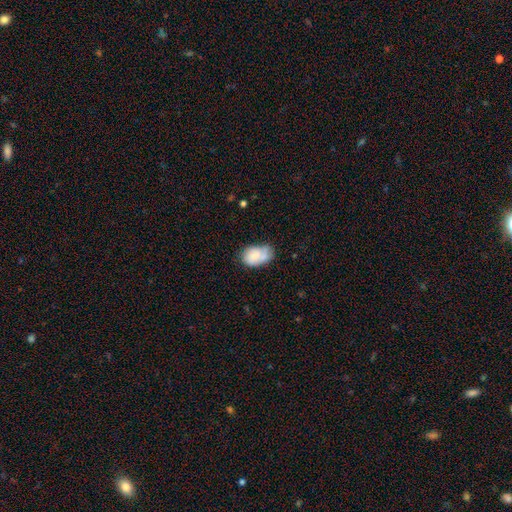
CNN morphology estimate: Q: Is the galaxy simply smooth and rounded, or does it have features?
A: smooth — 70%.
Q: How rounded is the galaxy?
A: in between — 86%.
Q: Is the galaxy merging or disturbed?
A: none — 41%.